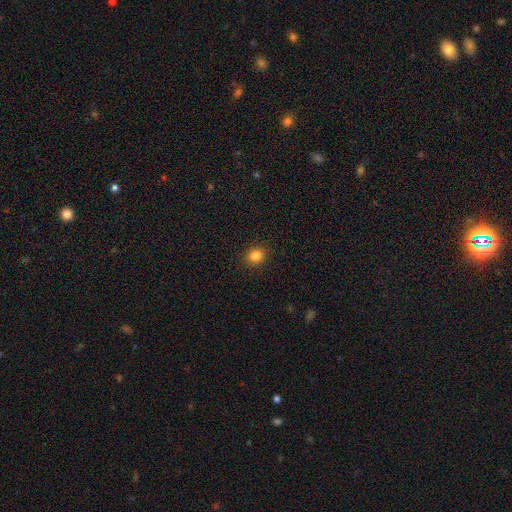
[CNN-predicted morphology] Smooth or featured?
  - smooth: 84% *
  - star or artifact: 11%
  - featured or disk: 5%
How rounded?
  - round: 74% *
  - in between: 25%
  - cigar-shaped: 1%
Merging?
  - none: 91% *
  - minor disturbance: 6%
  - major disturbance: 2%
  - merger: 1%